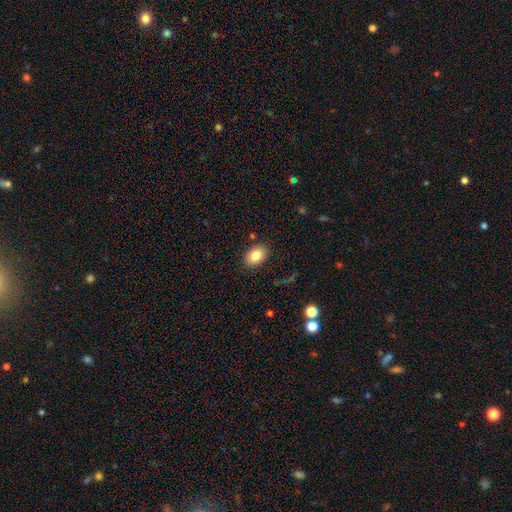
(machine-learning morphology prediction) smooth 84%, star or artifact 8%, featured or disk 8%. Down the decision tree: how rounded — in between (79%); merging — none (85%).